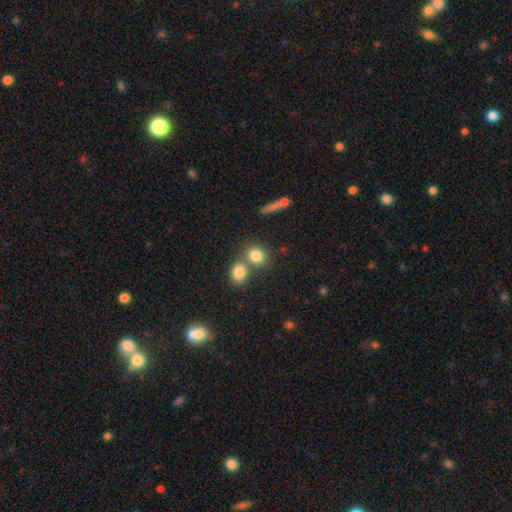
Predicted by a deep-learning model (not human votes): smooth_or_featured: smooth (p=0.81) [alt: star or artifact p=0.10]
how_rounded: round (p=0.71) [alt: in between p=0.27]
merging: none (p=0.49) [alt: merger p=0.40]